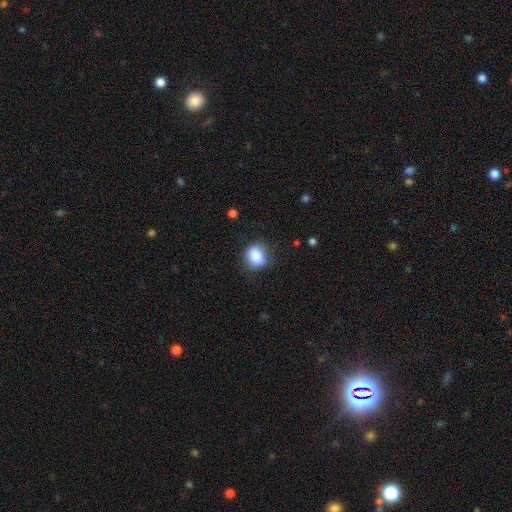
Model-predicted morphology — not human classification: type=smooth (84%); roundness=round (56%); merging=none (75%).